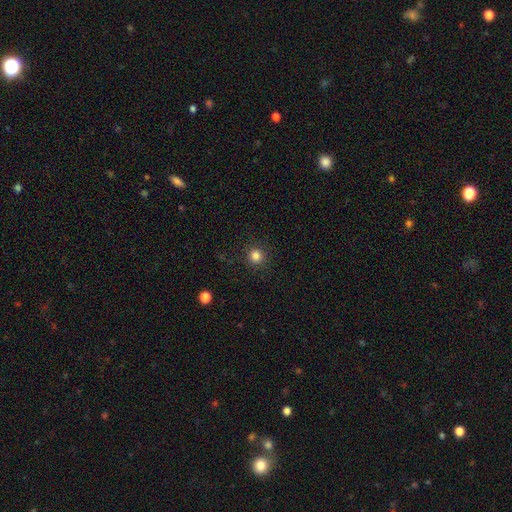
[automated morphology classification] smooth-or-featured: smooth: 83% | star or artifact: 12% | featured or disk: 4%
  how-rounded: round: 94% | in between: 5% | cigar-shaped: 1%
  merging: none: 91% | minor disturbance: 6% | major disturbance: 2% | merger: 1%